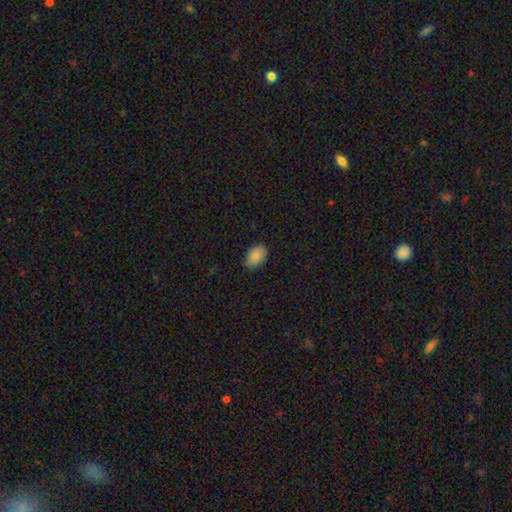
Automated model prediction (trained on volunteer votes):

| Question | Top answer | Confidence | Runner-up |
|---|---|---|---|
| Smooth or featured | smooth | 88% | star or artifact (8%) |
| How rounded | in between | 86% | round (13%) |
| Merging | none | 81% | minor disturbance (16%) |